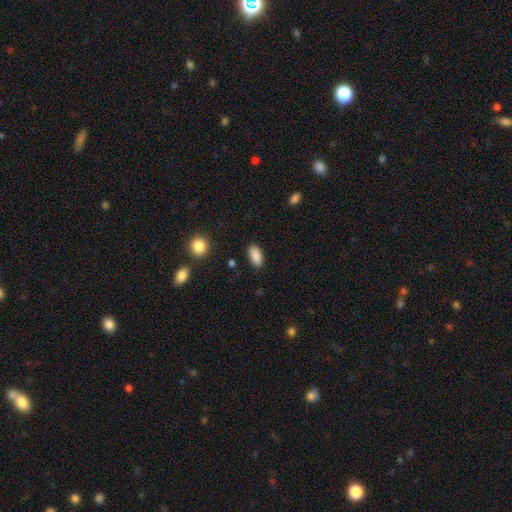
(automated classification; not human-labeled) This appears to be a smooth galaxy with no disk features (89%) that is in between round and cigar-shaped (92%). Merging: none (87%).